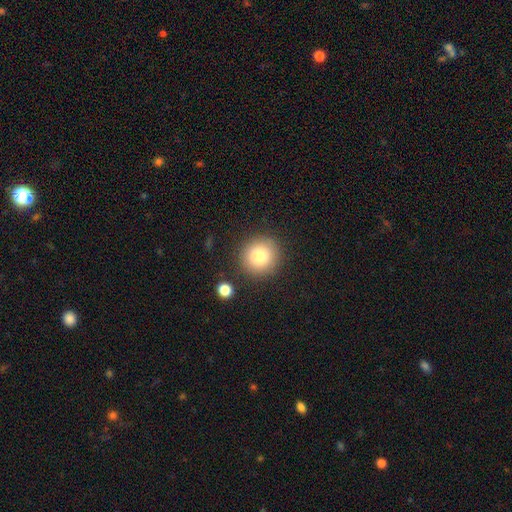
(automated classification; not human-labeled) This is clearly a smooth galaxy (80%). How rounded: clearly round (89%). Merging: clearly none (82%).